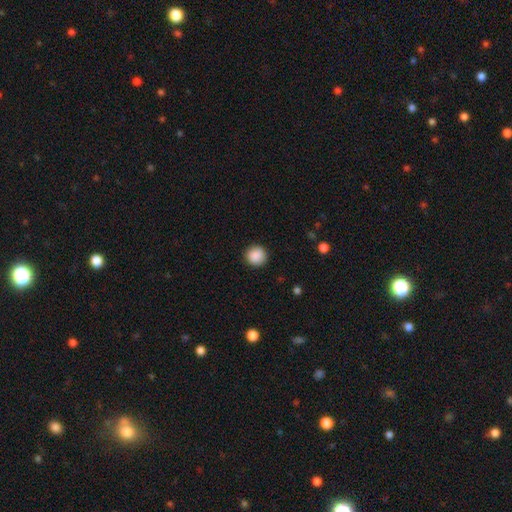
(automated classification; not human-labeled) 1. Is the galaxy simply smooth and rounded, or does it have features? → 89% smooth, 8% star or artifact, 3% featured or disk.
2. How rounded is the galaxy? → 93% round, 6% in between, 1% cigar-shaped.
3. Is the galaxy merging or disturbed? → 90% none, 7% minor disturbance, 2% major disturbance, 1% merger.